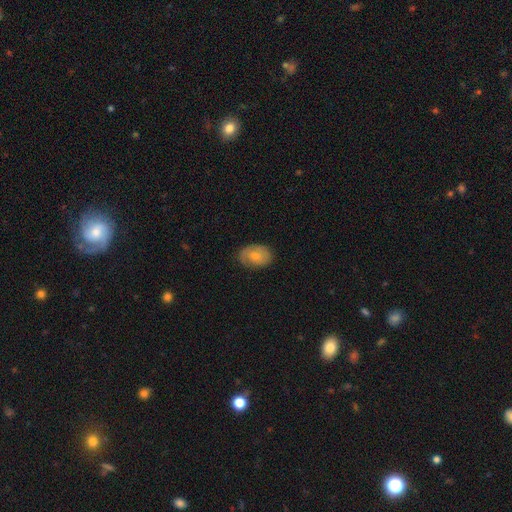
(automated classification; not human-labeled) Smooth or featured? Predicted: smooth (p=0.69). How rounded? Predicted: in between (p=0.76). Merging? Predicted: none (p=0.78).